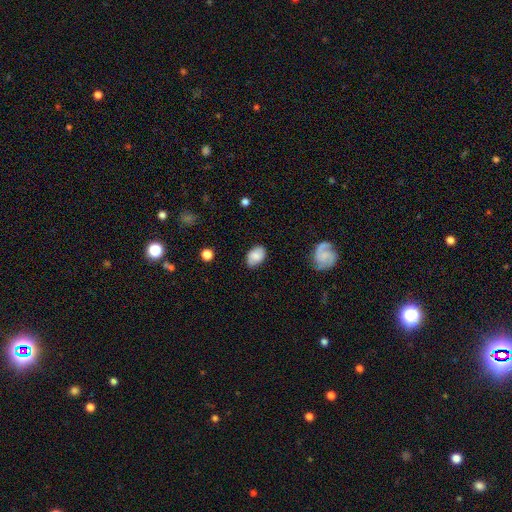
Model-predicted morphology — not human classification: smooth-or-featured: smooth: 76% | featured or disk: 16% | star or artifact: 8%
  how-rounded: in between: 84% | round: 15% | cigar-shaped: 1%
  merging: none: 77% | minor disturbance: 18% | major disturbance: 4% | merger: 1%